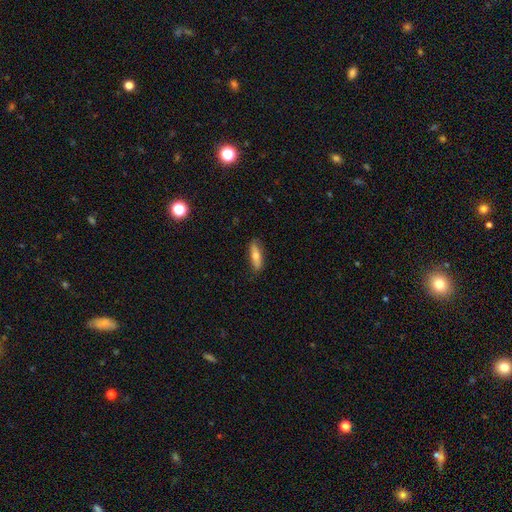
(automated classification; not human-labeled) This is likely a smooth galaxy (64%). How rounded: possibly cigar-shaped (55%). Merging: clearly none (84%).